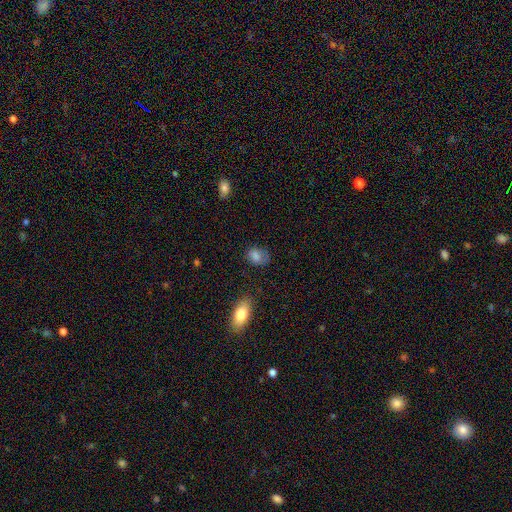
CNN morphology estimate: Smooth or featured?
  - smooth: 81% *
  - featured or disk: 10%
  - star or artifact: 9%
How rounded?
  - in between: 72% *
  - round: 27%
  - cigar-shaped: 1%
Merging?
  - none: 64% *
  - minor disturbance: 26%
  - major disturbance: 8%
  - merger: 3%